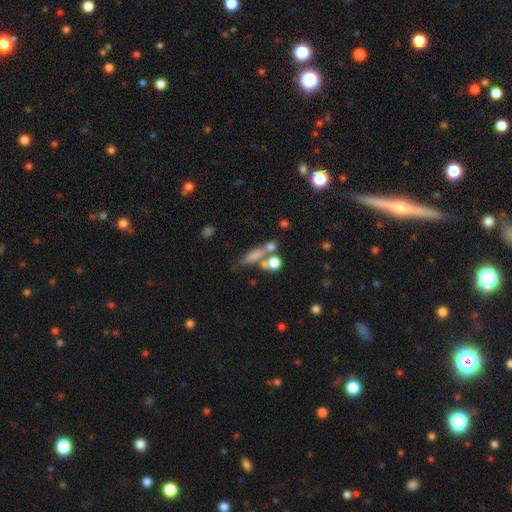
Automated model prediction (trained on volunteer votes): Q: Smooth or featured?
A: smooth (64%); runner-up: featured or disk (23%)
Q: How rounded?
A: cigar-shaped (50%); runner-up: in between (33%)
Q: Merging?
A: none (47%); runner-up: merger (31%)